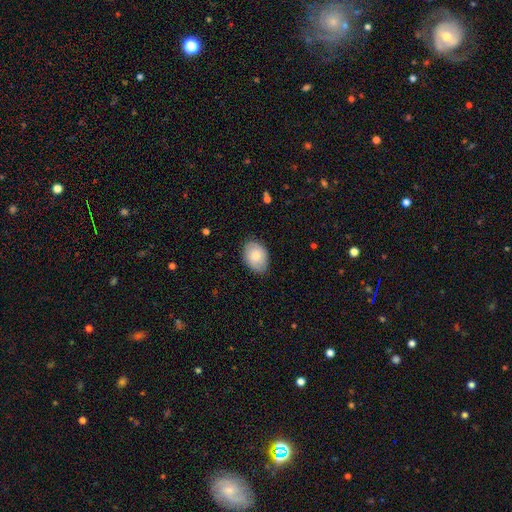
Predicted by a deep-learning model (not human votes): Morphology: type=smooth (69%); roundness=in between (79%); merging=none (78%).